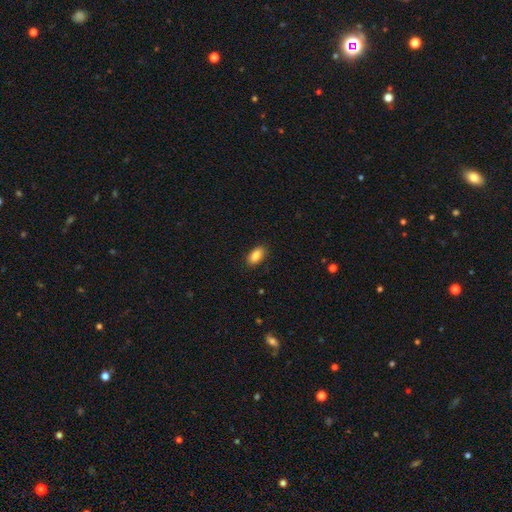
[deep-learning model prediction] Smooth or featured: smooth — 87% (star or artifact — 7%)
How rounded: in between — 91% (cigar-shaped — 5%)
Merging: none — 87% (minor disturbance — 10%)